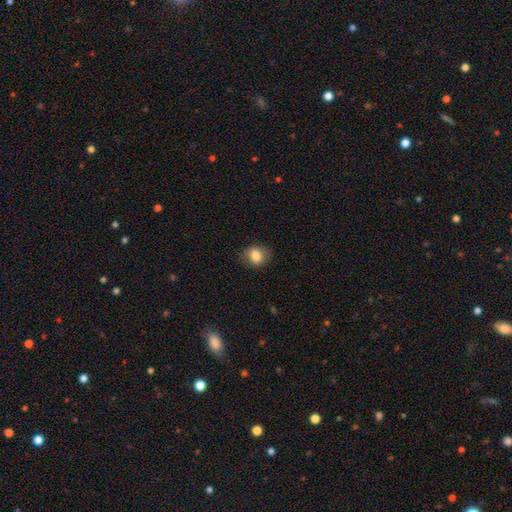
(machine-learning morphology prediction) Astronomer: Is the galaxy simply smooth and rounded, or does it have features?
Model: smooth — 82%.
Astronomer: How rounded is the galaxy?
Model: round — 60% (runner-up: in between, 39%).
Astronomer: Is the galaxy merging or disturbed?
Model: none — 80%.